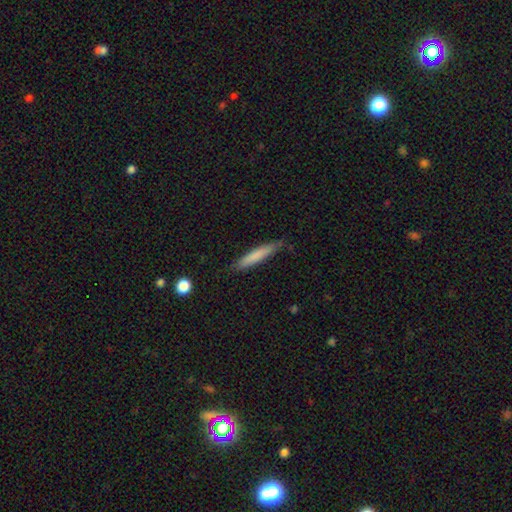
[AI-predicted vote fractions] smooth_or_featured: smooth (p=0.77) [alt: featured or disk p=0.17]
how_rounded: cigar-shaped (p=0.92) [alt: in between p=0.07]
merging: none (p=0.82) [alt: minor disturbance p=0.14]